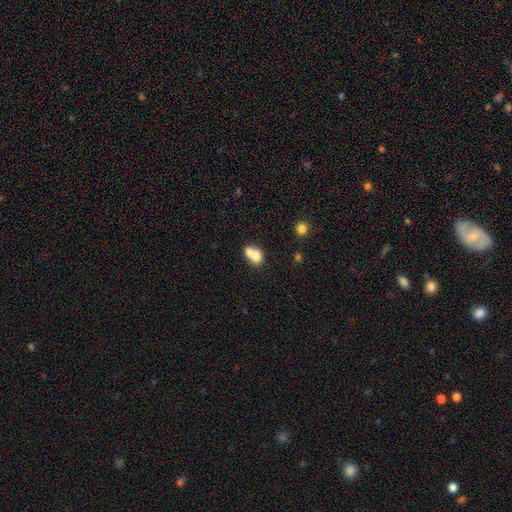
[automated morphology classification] type=smooth (71%); roundness=in between (51%); merging=merger (67%).